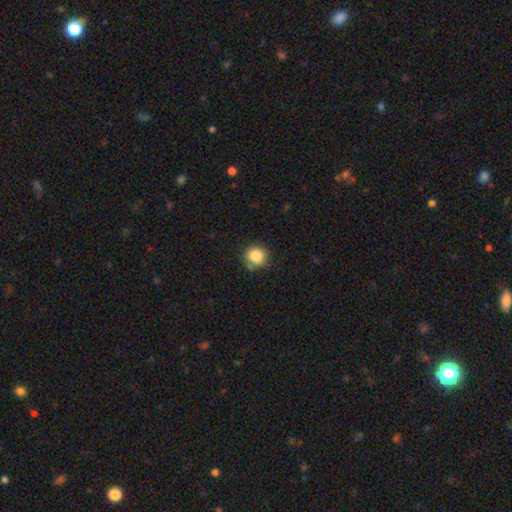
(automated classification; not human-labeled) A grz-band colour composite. It shows a smooth galaxy with no disk features (83%) that is round (90%). Merging: none (77%).